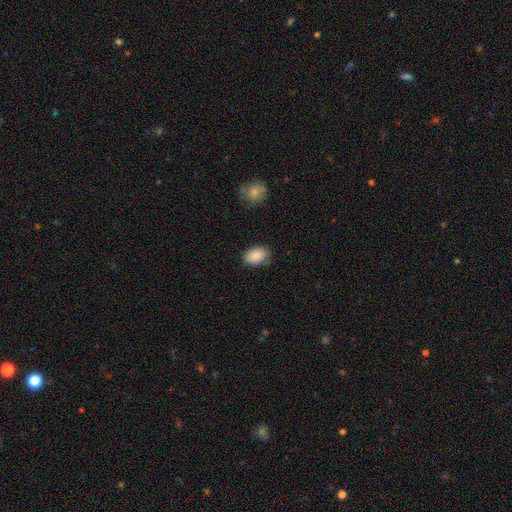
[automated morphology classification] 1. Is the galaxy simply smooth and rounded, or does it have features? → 89% smooth, 7% star or artifact, 4% featured or disk.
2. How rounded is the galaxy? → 87% in between, 12% round, 1% cigar-shaped.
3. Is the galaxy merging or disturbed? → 81% none, 14% minor disturbance, 3% major disturbance, 2% merger.